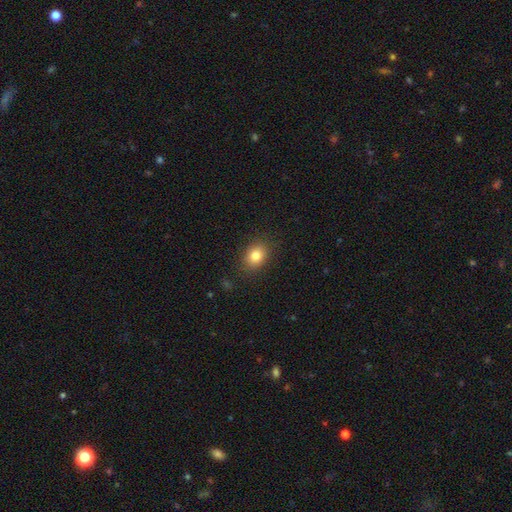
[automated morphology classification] smooth_or_featured: smooth (p=0.82) [alt: star or artifact p=0.11]
how_rounded: in between (p=0.58) [alt: round p=0.41]
merging: none (p=0.86) [alt: minor disturbance p=0.10]